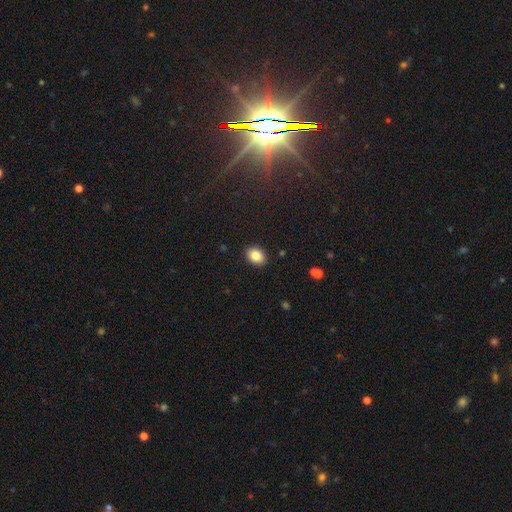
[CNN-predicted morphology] Q: Smooth or featured?
A: smooth (85%); runner-up: star or artifact (8%)
Q: How rounded?
A: in between (70%); runner-up: round (29%)
Q: Merging?
A: none (89%); runner-up: minor disturbance (8%)